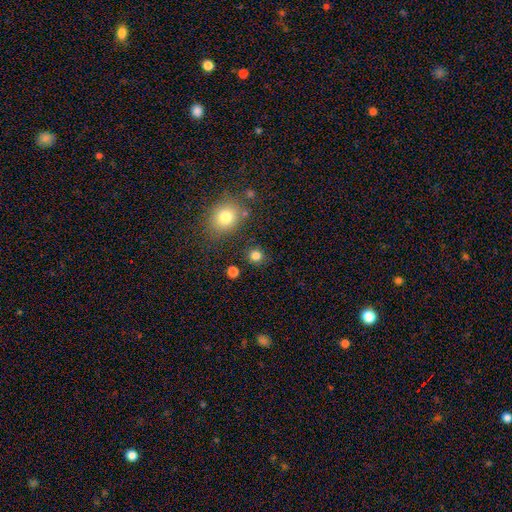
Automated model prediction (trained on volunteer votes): smooth 82%, star or artifact 14%, featured or disk 4%. Down the decision tree: how rounded — round (89%); merging — none (86%).